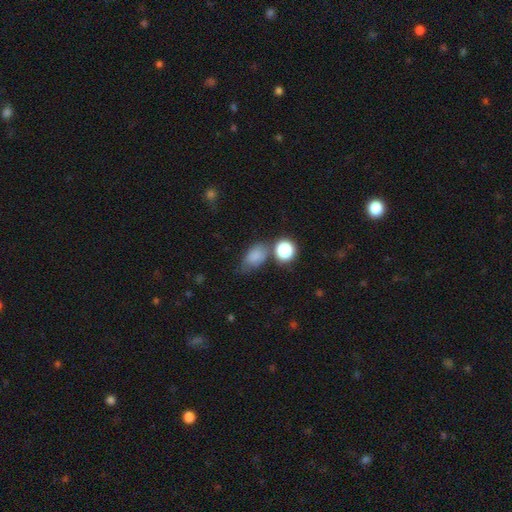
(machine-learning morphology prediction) Smooth or featured: smooth — 78% (star or artifact — 13%)
How rounded: in between — 79% (round — 18%)
Merging: none — 53% (minor disturbance — 24%)